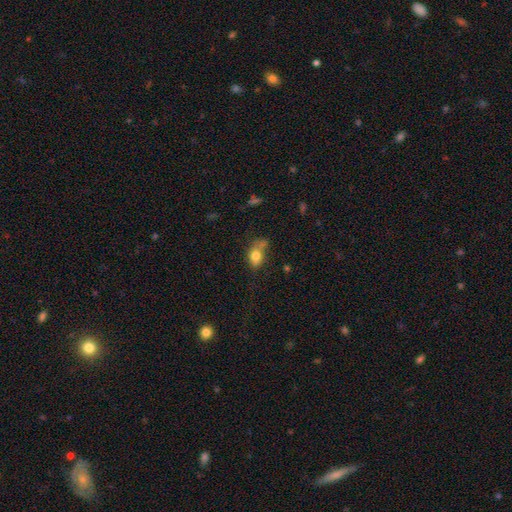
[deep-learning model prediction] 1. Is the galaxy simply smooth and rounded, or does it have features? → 76% smooth, 13% featured or disk, 10% star or artifact.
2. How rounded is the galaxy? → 73% in between, 24% round, 3% cigar-shaped.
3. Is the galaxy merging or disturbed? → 39% none, 28% minor disturbance, 17% merger, 16% major disturbance.